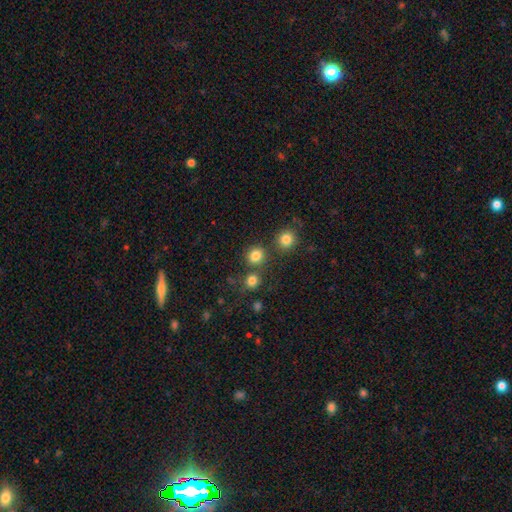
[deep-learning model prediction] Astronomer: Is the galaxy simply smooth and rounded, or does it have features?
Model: smooth — 82%.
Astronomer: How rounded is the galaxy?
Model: round — 87%.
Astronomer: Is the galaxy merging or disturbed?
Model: none — 76%.